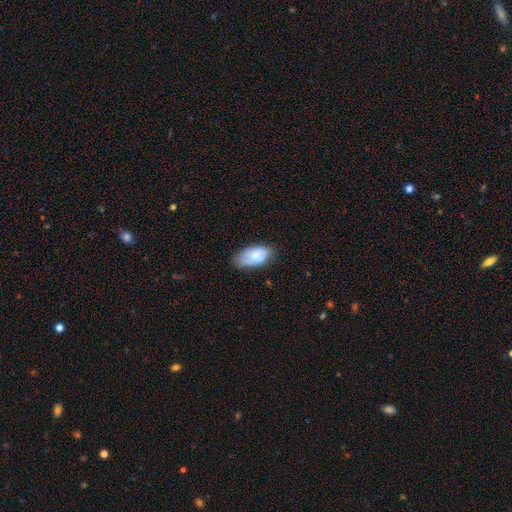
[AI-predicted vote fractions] smooth_or_featured: smooth (p=0.78) [alt: featured or disk p=0.16]
how_rounded: in between (p=0.93) [alt: cigar-shaped p=0.04]
merging: none (p=0.68) [alt: minor disturbance p=0.26]